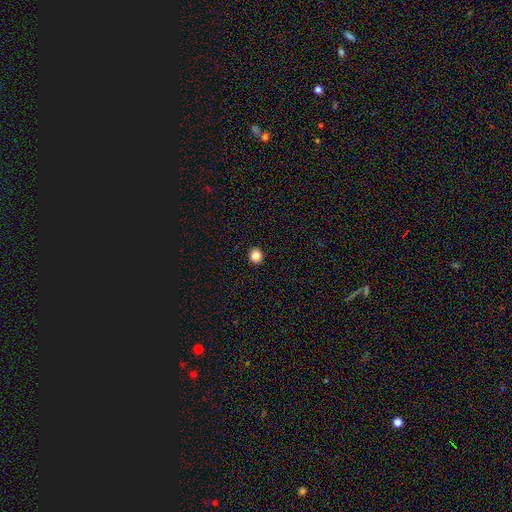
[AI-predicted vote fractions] smooth_or_featured: smooth (p=0.85) [alt: star or artifact p=0.11]
how_rounded: round (p=0.91) [alt: in between p=0.08]
merging: none (p=0.94) [alt: minor disturbance p=0.04]